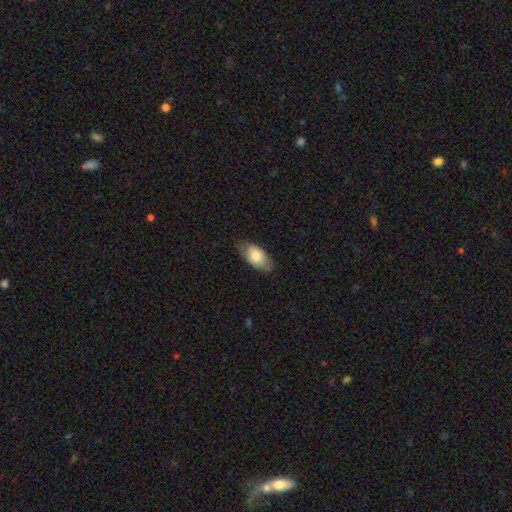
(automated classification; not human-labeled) The model was most divided on "merging": none: 69%, minor disturbance: 24%, major disturbance: 6%, merger: 1%. More confident: how rounded — in between (91%); smooth or featured — smooth (72%).